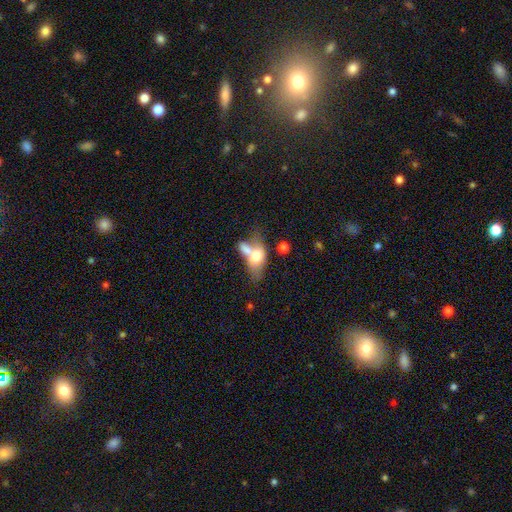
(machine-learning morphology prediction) Overall: smooth (66%; featured or disk 27%). How rounded: in between (80%). Merging: merger (61%).